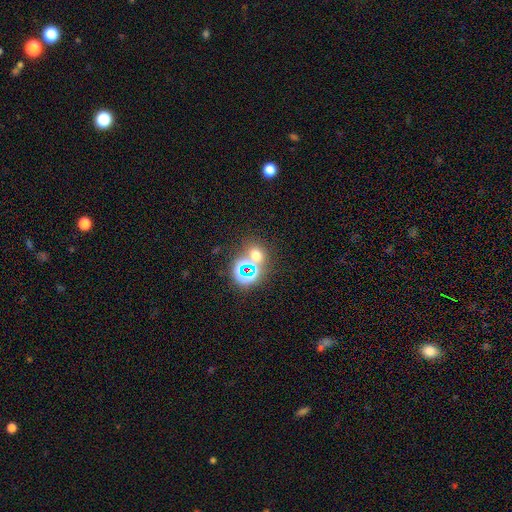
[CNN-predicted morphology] Smooth or featured?
  - smooth: 50% *
  - star or artifact: 39%
  - featured or disk: 11%
Merging?
  - none: 58% *
  - merger: 29%
  - minor disturbance: 8%
  - major disturbance: 5%